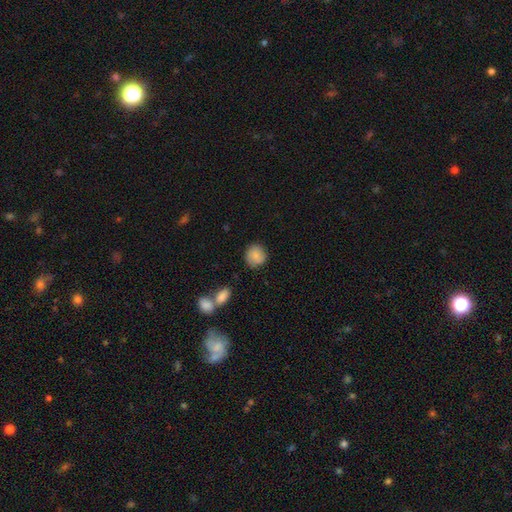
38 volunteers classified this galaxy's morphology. smooth_or_featured: smooth (p=0.84) [alt: featured or disk p=0.13]
how_rounded: round (p=0.94) [alt: in between p=0.06]
merging: none (p=0.97) [alt: major disturbance p=0.03]